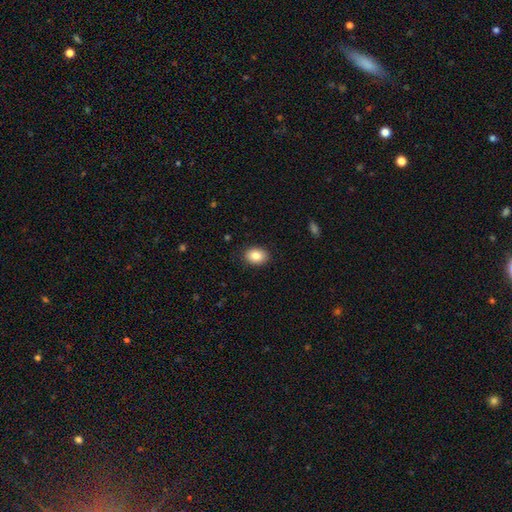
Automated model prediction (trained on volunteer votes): This appears to be a smooth galaxy with no disk features (86%) that is in between round and cigar-shaped (73%). Merging: none (89%).